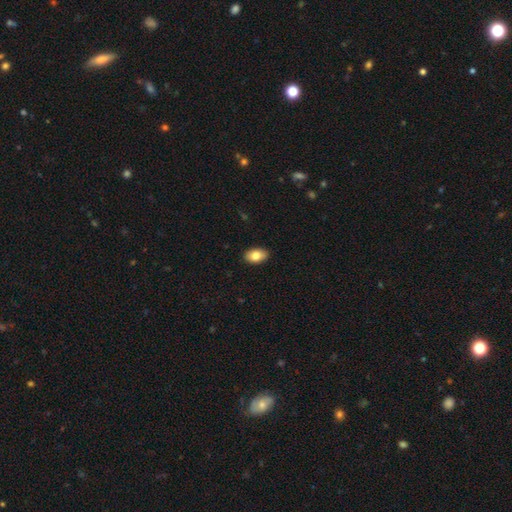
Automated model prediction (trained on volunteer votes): Smooth or featured? Predicted: smooth (p=0.81). How rounded? Predicted: in between (p=0.91). Merging? Predicted: none (p=0.90).